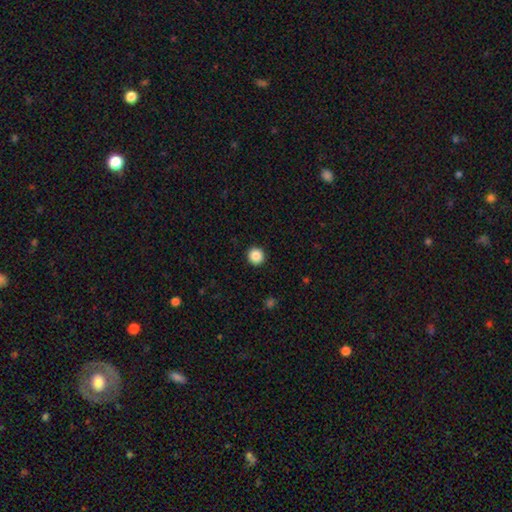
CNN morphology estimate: Overall: smooth (87%). How rounded: round (96%). Merging: none (93%).